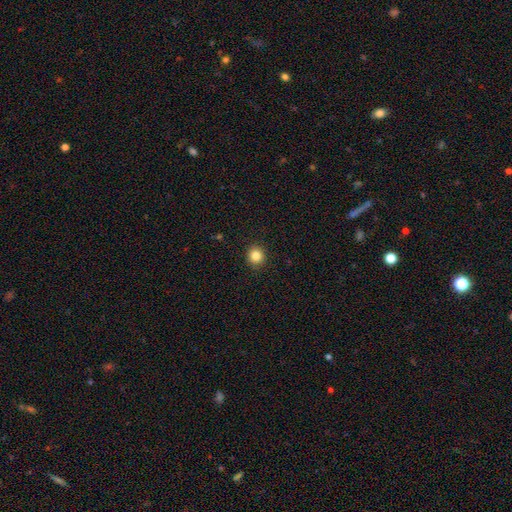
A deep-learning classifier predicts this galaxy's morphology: This is clearly a smooth galaxy (84%). How rounded: clearly round (88%). Merging: clearly none (92%).